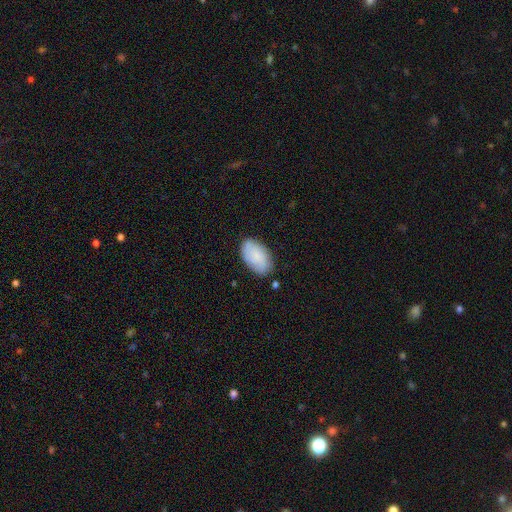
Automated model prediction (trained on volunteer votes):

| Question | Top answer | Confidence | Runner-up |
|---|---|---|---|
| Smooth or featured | smooth | 79% | featured or disk (15%) |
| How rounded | in between | 94% | round (4%) |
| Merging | none | 78% | minor disturbance (16%) |